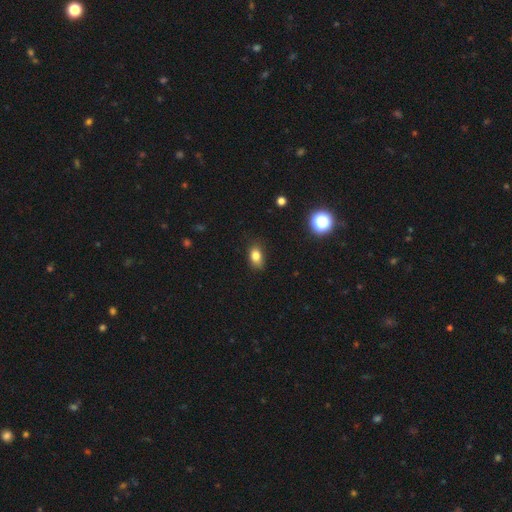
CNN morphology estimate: type=smooth (82%); roundness=in between (82%); merging=none (79%).